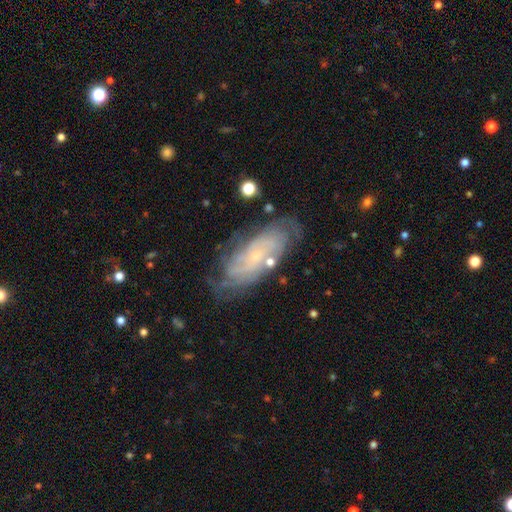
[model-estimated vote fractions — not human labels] A featured or disk galaxy (77%) with no bar (72%), tight (69%) spiral arms (91%) and a small central bulge (81%).

Vote fractions:
- Smooth or featured? featured or disk: 77% / smooth: 16% / star or artifact: 8%
- Edge-on disk? no: 90% / yes: 10%
- Bar? no: 72% / weak: 23% / strong: 5%
- Spiral arms? yes: 91% / no: 9%
- Spiral winding? tight: 69% / medium: 24% / loose: 7%
- Spiral arm count? can't tell: 50% / 2: 16% / 4: 11% / 3: 11% / more than 4: 7% / 1: 5%
- Bulge size? small: 81% / moderate: 9% / none: 8% / large: 1% / dominant: 1%
- Merging? none: 71% / minor disturbance: 19% / major disturbance: 7% / merger: 4%